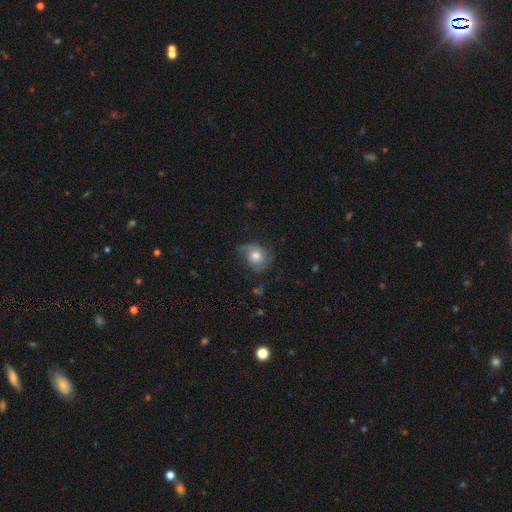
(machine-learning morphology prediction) Smooth or featured?
  - featured or disk: 49% *
  - smooth: 43%
  - star or artifact: 8%
Merging?
  - none: 51% *
  - minor disturbance: 28%
  - major disturbance: 19%
  - merger: 2%